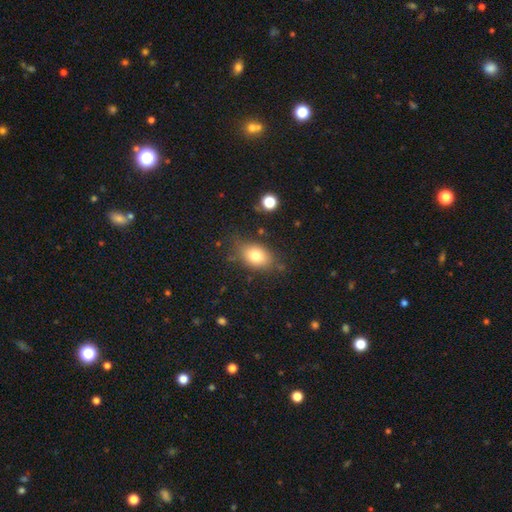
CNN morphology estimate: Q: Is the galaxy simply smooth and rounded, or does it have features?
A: smooth — 78%.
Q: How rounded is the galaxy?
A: in between — 78%.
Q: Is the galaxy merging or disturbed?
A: none — 74%.